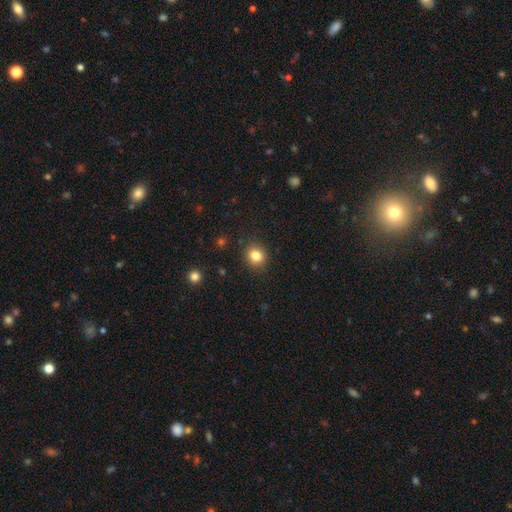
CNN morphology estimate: A smooth galaxy with no disk features (83%) that is round (78%).

Vote fractions:
- Smooth or featured? smooth: 83% / star or artifact: 11% / featured or disk: 6%
- How rounded? round: 78% / in between: 21% / cigar-shaped: 1%
- Merging? none: 89% / minor disturbance: 7% / major disturbance: 2% / merger: 1%